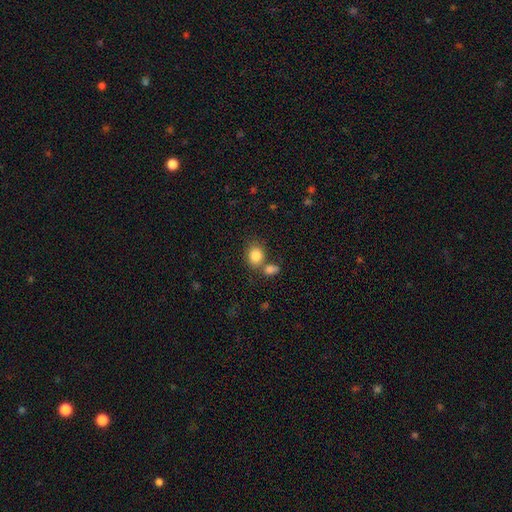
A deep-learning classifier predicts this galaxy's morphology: A smooth galaxy with no disk features (84%) that is round (58%).

Vote fractions:
- Smooth or featured? smooth: 84% / star or artifact: 9% / featured or disk: 7%
- How rounded? round: 58% / in between: 41% / cigar-shaped: 1%
- Merging? none: 56% / merger: 28% / minor disturbance: 12% / major disturbance: 5%